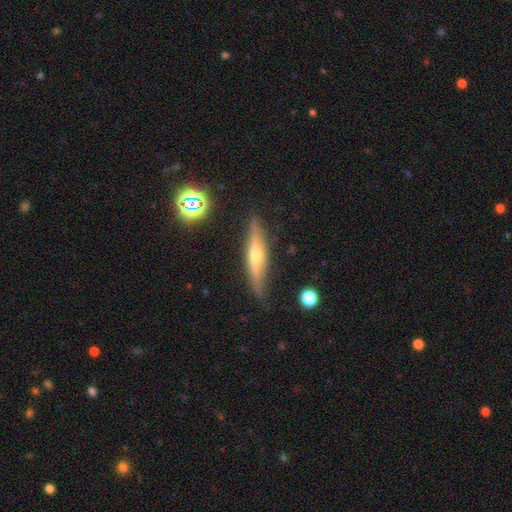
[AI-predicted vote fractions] Q: Smooth or featured?
A: featured or disk (67%); runner-up: smooth (25%)
Q: Edge-on disk?
A: yes (95%); runner-up: no (5%)
Q: Edge-on bulge?
A: rounded (81%); runner-up: none (13%)
Q: Merging?
A: none (84%); runner-up: minor disturbance (12%)